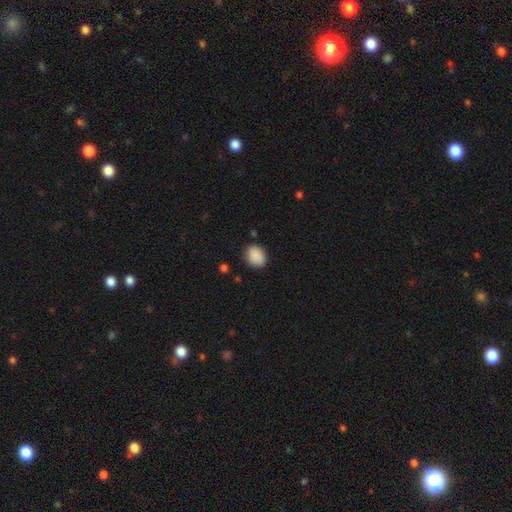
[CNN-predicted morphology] The model was most divided on "how rounded": in between: 52%, round: 47%, cigar-shaped: 1%. More confident: smooth or featured — smooth (89%); merging — none (83%).